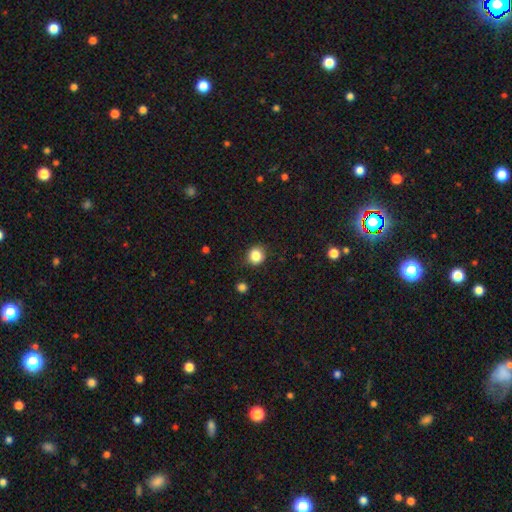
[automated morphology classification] Q: Smooth or featured?
A: smooth (85%); runner-up: star or artifact (11%)
Q: How rounded?
A: round (85%); runner-up: in between (14%)
Q: Merging?
A: none (85%); runner-up: minor disturbance (11%)